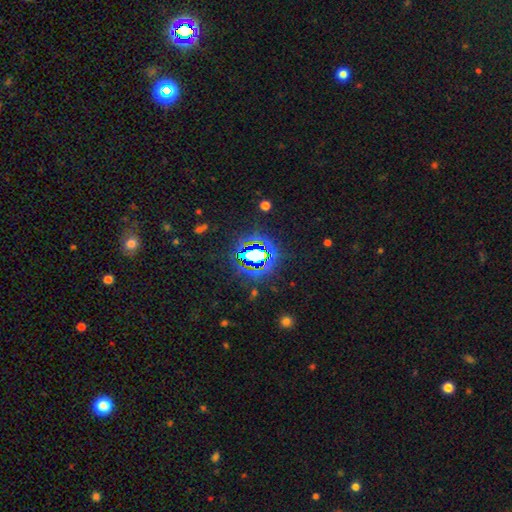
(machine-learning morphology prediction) Overall: star or artifact (74%).